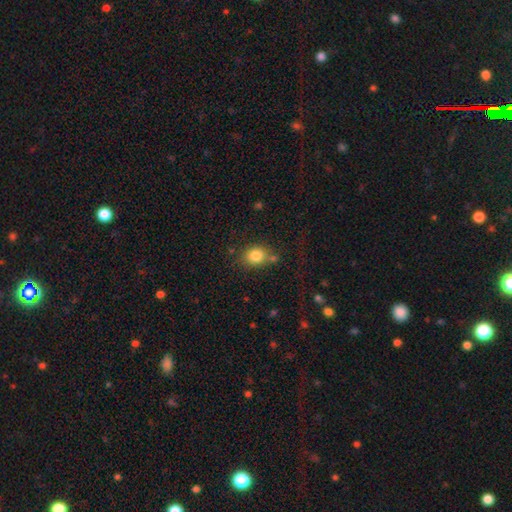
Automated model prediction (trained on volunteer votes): smooth 82%, star or artifact 10%, featured or disk 7%. Down the decision tree: how rounded — round (65%); merging — none (68%).